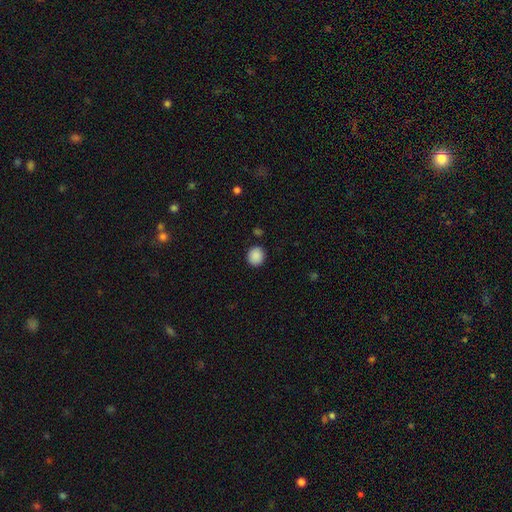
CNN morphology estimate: The model was most divided on "how rounded": round: 79%, in between: 20%, cigar-shaped: 1%. More confident: smooth or featured — smooth (89%); merging — none (88%).